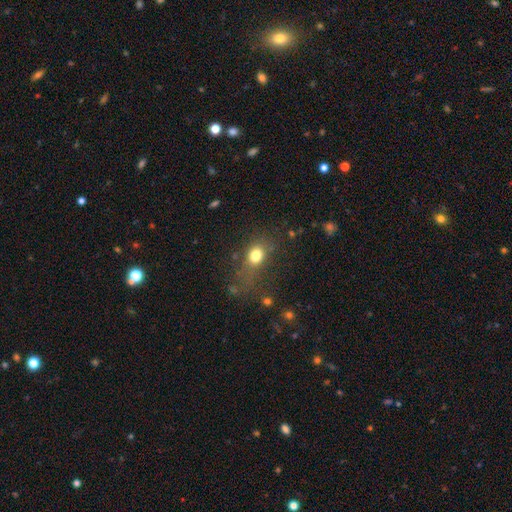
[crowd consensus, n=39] Smooth or featured? smooth (79%)
How rounded? in between (74%)
Merging? major disturbance (42%)